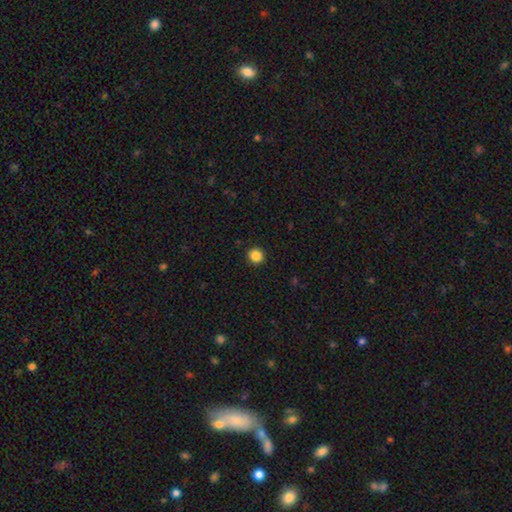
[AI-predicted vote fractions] A smooth galaxy with no disk features (86%) that is round (92%).

Vote fractions:
- Smooth or featured? smooth: 86% / star or artifact: 11% / featured or disk: 3%
- How rounded? round: 92% / in between: 7% / cigar-shaped: 1%
- Merging? none: 92% / minor disturbance: 5% / major disturbance: 2% / merger: 1%